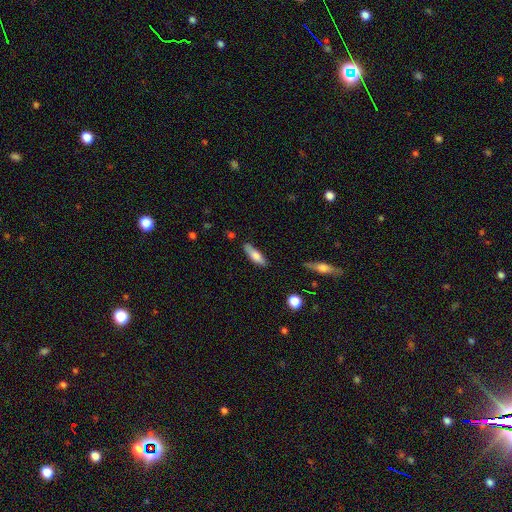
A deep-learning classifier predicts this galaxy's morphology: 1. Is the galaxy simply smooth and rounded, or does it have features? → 72% smooth, 22% featured or disk, 6% star or artifact.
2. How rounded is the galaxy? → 53% cigar-shaped, 45% in between, 2% round.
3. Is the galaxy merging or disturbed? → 79% none, 16% minor disturbance, 3% major disturbance, 2% merger.